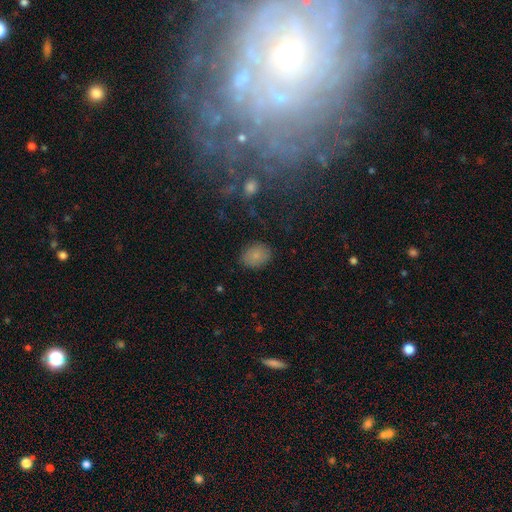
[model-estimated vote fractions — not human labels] Smooth or featured? Predicted: smooth (p=0.80). How rounded? Predicted: in between (p=0.66). Merging? Predicted: none (p=0.84).